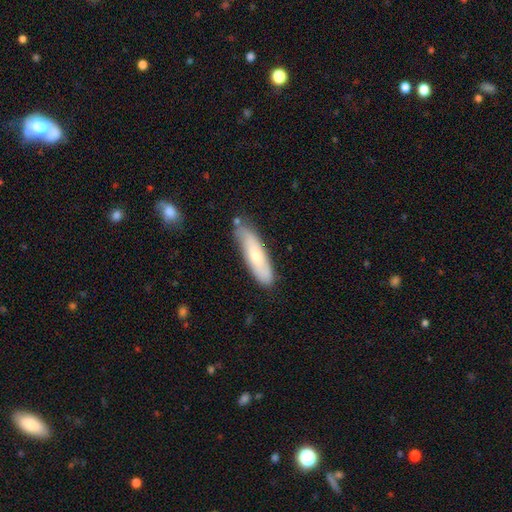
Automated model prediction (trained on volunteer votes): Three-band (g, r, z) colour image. It shows a smooth galaxy with no disk features (64%) that is cigar-shaped (70%). Merging: none (75%).